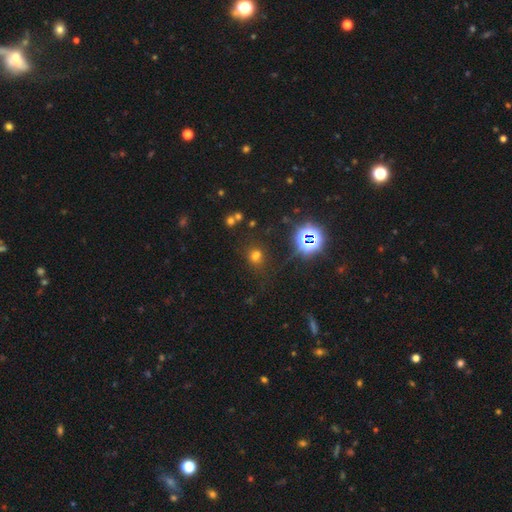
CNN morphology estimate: Smooth or featured: smooth — 58% (star or artifact — 33%)
How rounded: round — 63% (in between — 35%)
Merging: none — 64% (merger — 16%)